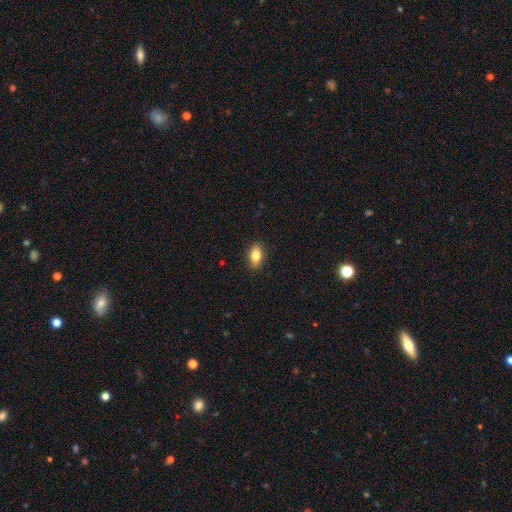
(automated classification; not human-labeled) Q: Smooth or featured?
A: smooth (80%); runner-up: featured or disk (12%)
Q: How rounded?
A: in between (86%); runner-up: round (8%)
Q: Merging?
A: none (89%); runner-up: minor disturbance (9%)